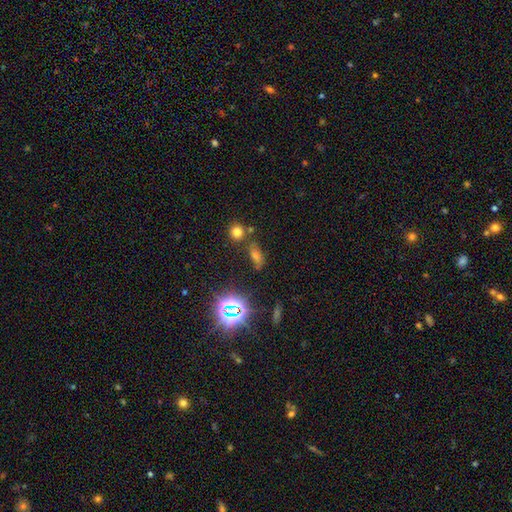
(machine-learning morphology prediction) Q: Smooth or featured?
A: star or artifact (45%); runner-up: smooth (40%)